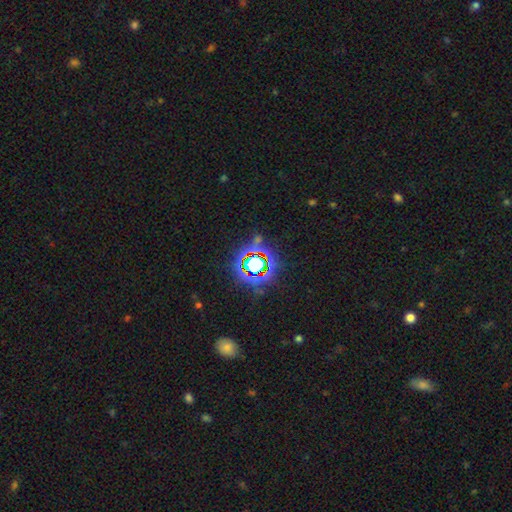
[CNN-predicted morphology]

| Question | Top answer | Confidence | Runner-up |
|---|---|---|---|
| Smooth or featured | star or artifact | 74% | smooth (16%) |